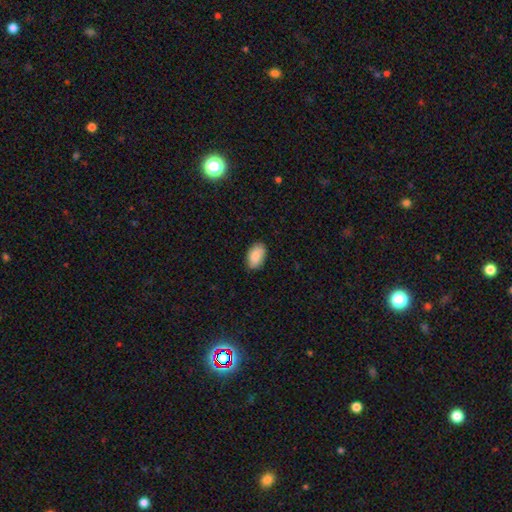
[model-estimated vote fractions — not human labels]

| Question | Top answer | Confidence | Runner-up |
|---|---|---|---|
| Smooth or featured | smooth | 87% | featured or disk (7%) |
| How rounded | in between | 93% | round (6%) |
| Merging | none | 82% | minor disturbance (15%) |